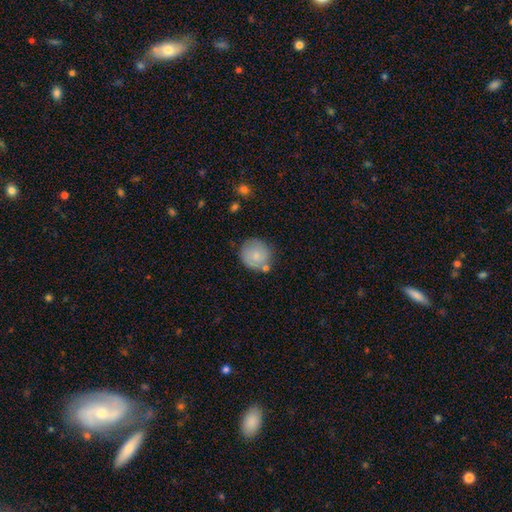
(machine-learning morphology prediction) Smooth or featured? Predicted: smooth (p=0.77). How rounded? Predicted: round (p=0.89). Merging? Predicted: none (p=0.71).